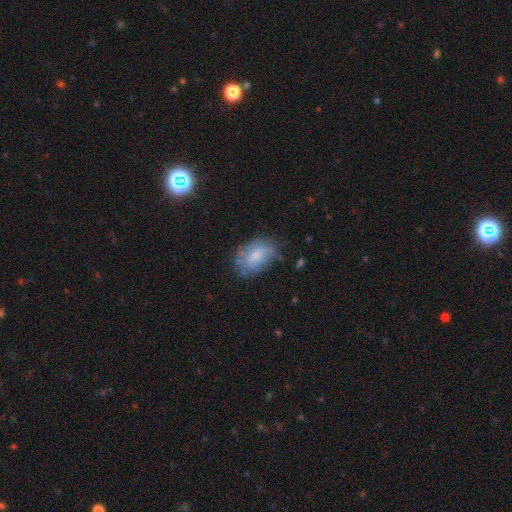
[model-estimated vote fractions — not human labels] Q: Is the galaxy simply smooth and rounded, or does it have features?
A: smooth — 68%.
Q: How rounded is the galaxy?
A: in between — 88%.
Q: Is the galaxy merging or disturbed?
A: none — 60%.